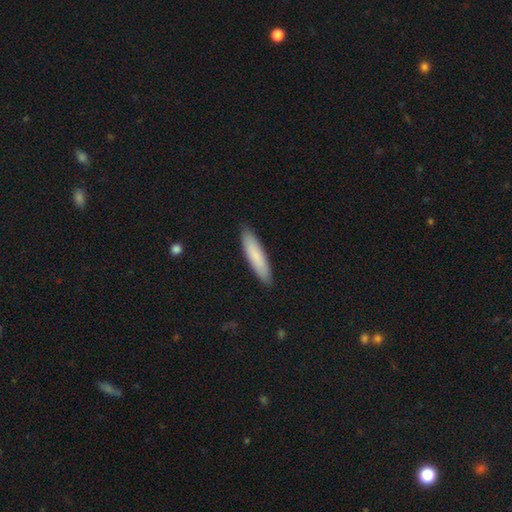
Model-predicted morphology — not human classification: Smooth or featured?
  - smooth: 81% *
  - featured or disk: 14%
  - star or artifact: 5%
How rounded?
  - cigar-shaped: 77% *
  - in between: 21%
  - round: 1%
Merging?
  - none: 90% *
  - minor disturbance: 8%
  - major disturbance: 1%
  - merger: 1%